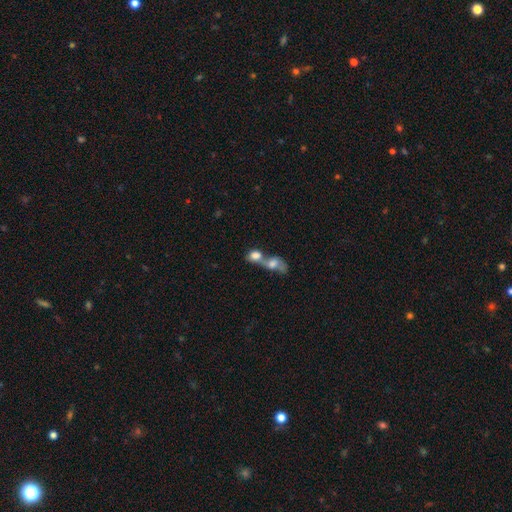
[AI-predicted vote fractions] smooth 73%, featured or disk 18%, star or artifact 9%. Down the decision tree: how rounded — in between (57%); merging — merger (76%).